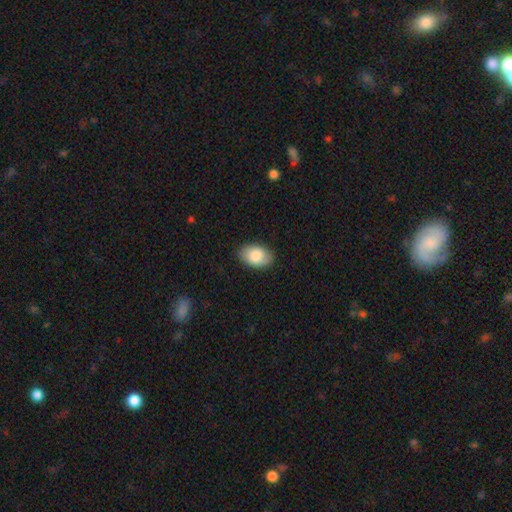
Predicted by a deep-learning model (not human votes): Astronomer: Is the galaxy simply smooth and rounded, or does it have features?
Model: smooth — 84%.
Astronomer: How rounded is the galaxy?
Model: in between — 89%.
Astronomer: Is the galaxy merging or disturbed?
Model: none — 85%.